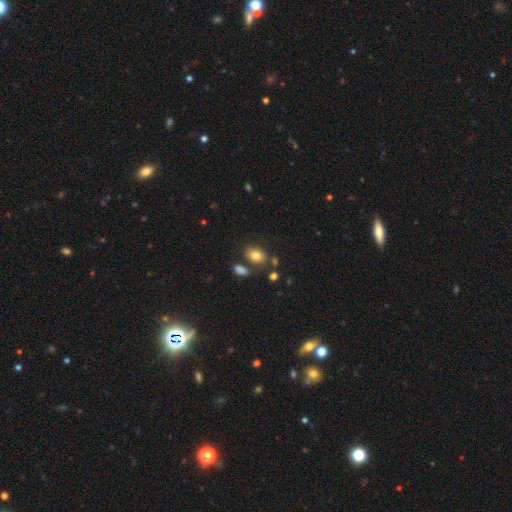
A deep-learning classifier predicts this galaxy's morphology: This is clearly a smooth galaxy (80%). How rounded: likely in between (76%). Merging: likely none (69%).